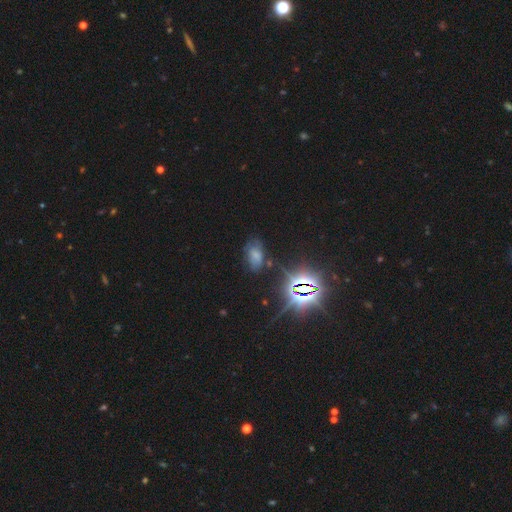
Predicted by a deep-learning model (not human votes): A smooth galaxy with no disk features (44%).

Vote fractions:
- Smooth or featured? smooth: 44% / star or artifact: 34% / featured or disk: 22%
- Merging? none: 60% / minor disturbance: 24% / major disturbance: 12% / merger: 4%